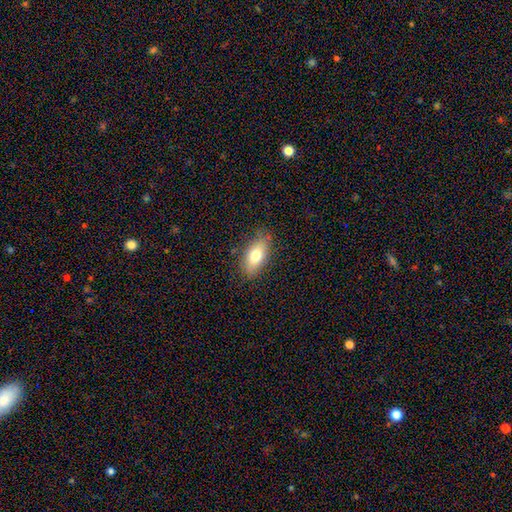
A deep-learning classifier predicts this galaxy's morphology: Smooth or featured?
  - smooth: 73% *
  - featured or disk: 19%
  - star or artifact: 8%
How rounded?
  - in between: 85% *
  - cigar-shaped: 11%
  - round: 5%
Merging?
  - none: 81% *
  - minor disturbance: 14%
  - major disturbance: 3%
  - merger: 1%